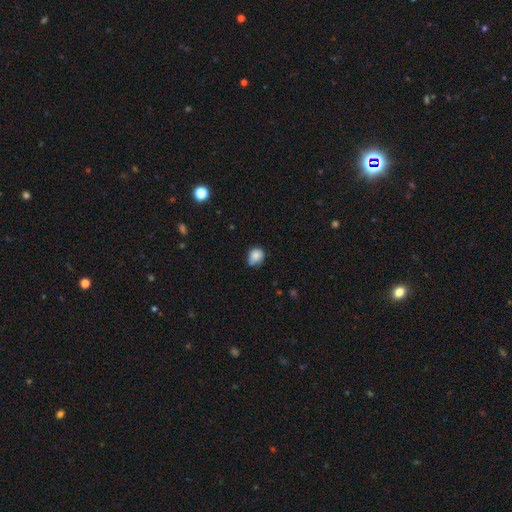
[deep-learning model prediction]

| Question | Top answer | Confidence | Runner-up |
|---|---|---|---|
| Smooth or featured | smooth | 84% | star or artifact (9%) |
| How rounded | round | 57% | in between (42%) |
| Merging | none | 56% | minor disturbance (35%) |